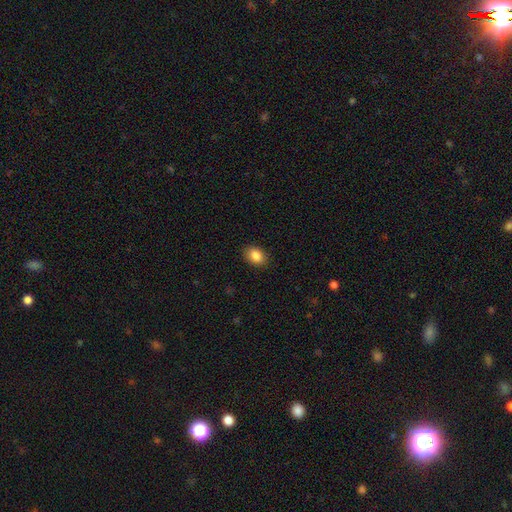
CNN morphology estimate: Q: Smooth or featured?
A: smooth (87%); runner-up: star or artifact (8%)
Q: How rounded?
A: in between (78%); runner-up: round (20%)
Q: Merging?
A: none (89%); runner-up: minor disturbance (8%)